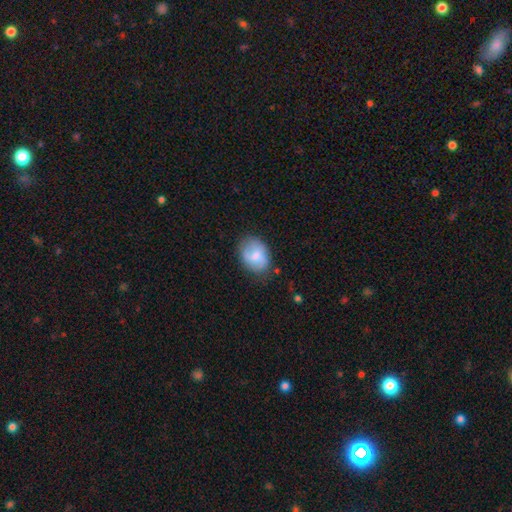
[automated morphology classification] Smooth or featured?
  - smooth: 55% *
  - featured or disk: 38%
  - star or artifact: 7%
How rounded?
  - in between: 58% *
  - round: 41%
  - cigar-shaped: 1%
Merging?
  - none: 70% *
  - minor disturbance: 21%
  - major disturbance: 7%
  - merger: 2%